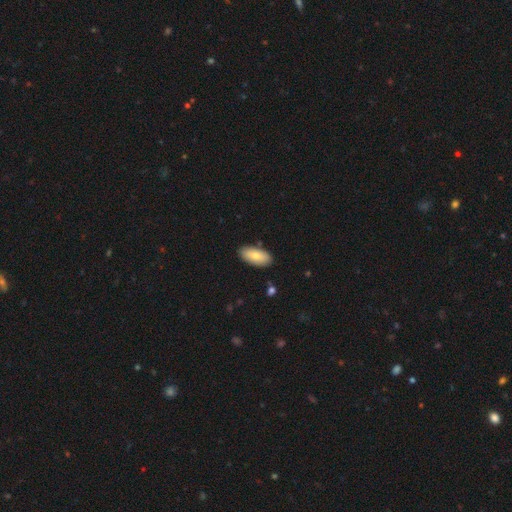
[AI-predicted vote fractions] Overall: smooth (76%). How rounded: in between (91%). Merging: none (85%).